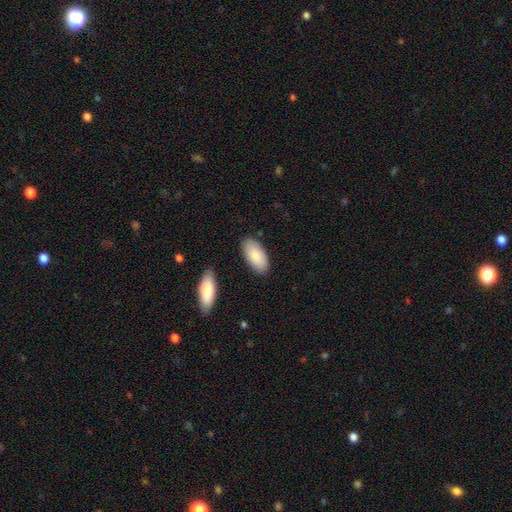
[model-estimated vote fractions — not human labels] Smooth or featured? Predicted: smooth (p=0.85). How rounded? Predicted: in between (p=0.93). Merging? Predicted: none (p=0.85).